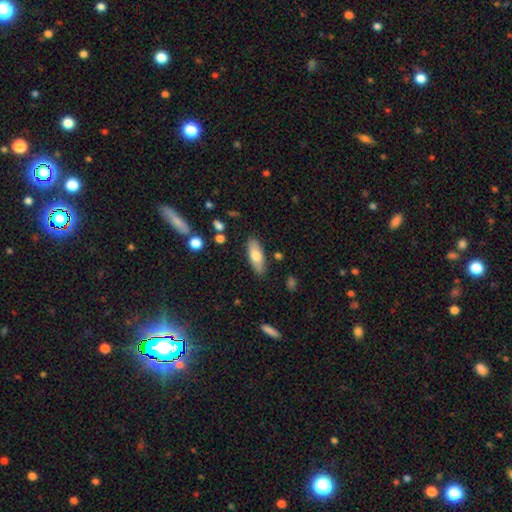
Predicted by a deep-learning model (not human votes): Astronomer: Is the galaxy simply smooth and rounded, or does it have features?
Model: smooth — 71%.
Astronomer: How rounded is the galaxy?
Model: in between — 69%.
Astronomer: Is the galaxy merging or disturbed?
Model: none — 84%.